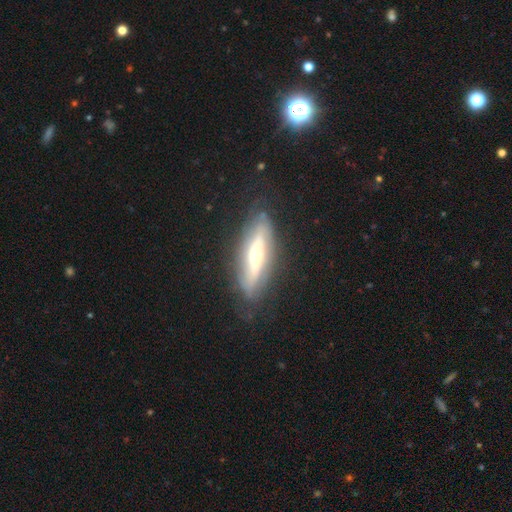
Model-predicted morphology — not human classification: Smooth or featured? Predicted: featured or disk (p=0.71). Edge-on disk? Predicted: yes (p=0.55). Merging? Predicted: none (p=0.76).